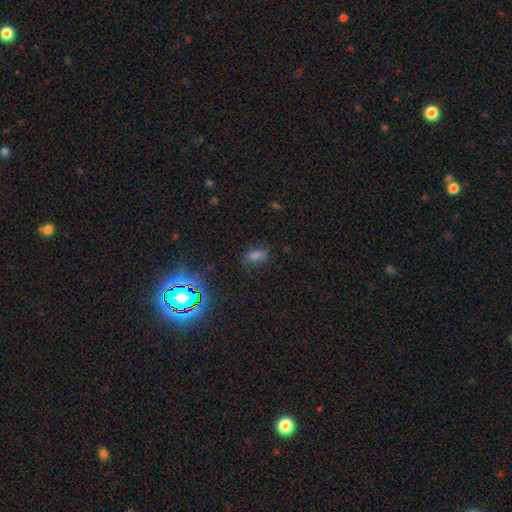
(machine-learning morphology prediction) Smooth or featured: smooth — 61% (star or artifact — 28%)
How rounded: in between — 82% (round — 9%)
Merging: none — 70% (minor disturbance — 19%)